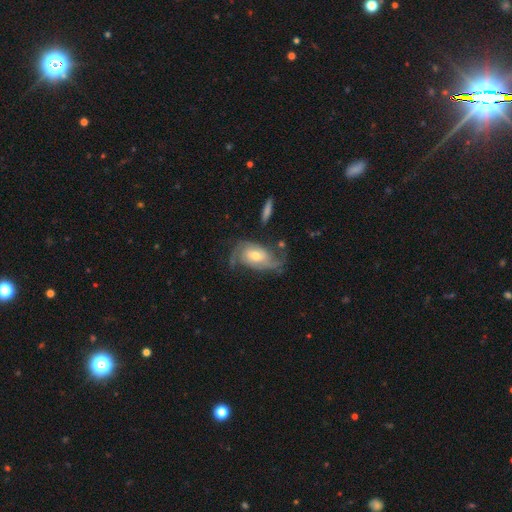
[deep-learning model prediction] Q: Smooth or featured?
A: featured or disk (80%); runner-up: smooth (15%)
Q: Edge-on disk?
A: no (95%); runner-up: yes (5%)
Q: Bar?
A: no (52%); runner-up: weak (37%)
Q: Spiral arms?
A: yes (93%); runner-up: no (7%)
Q: Spiral winding?
A: medium (42%); runner-up: loose (31%)
Q: Spiral arm count?
A: 2 (72%); runner-up: can't tell (13%)
Q: Bulge size?
A: moderate (60%); runner-up: small (31%)
Q: Merging?
A: none (56%); runner-up: minor disturbance (22%)